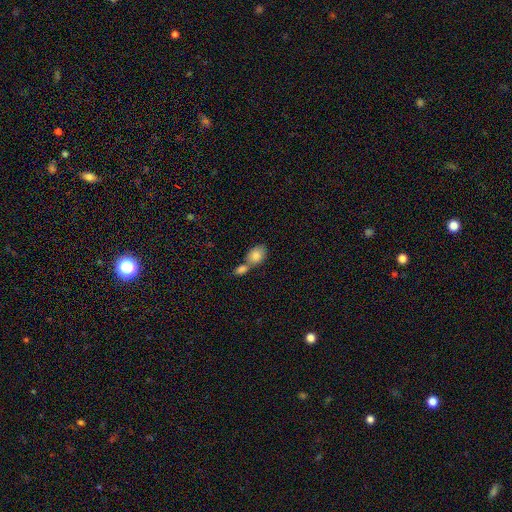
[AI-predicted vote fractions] Q: Smooth or featured?
A: smooth (84%); runner-up: featured or disk (9%)
Q: How rounded?
A: in between (81%); runner-up: round (17%)
Q: Merging?
A: merger (58%); runner-up: none (30%)